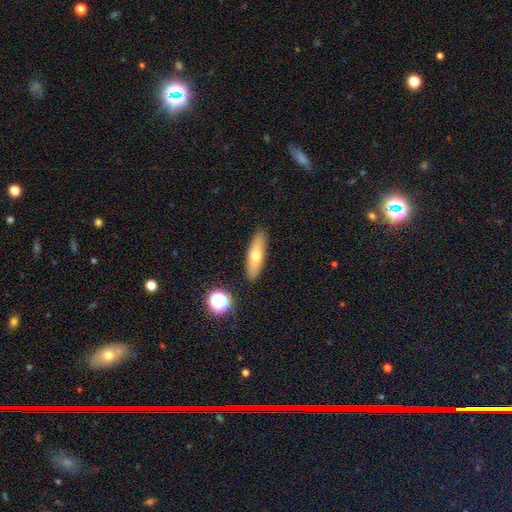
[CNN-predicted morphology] type=smooth (62%); roundness=cigar-shaped (55%); merging=none (89%).